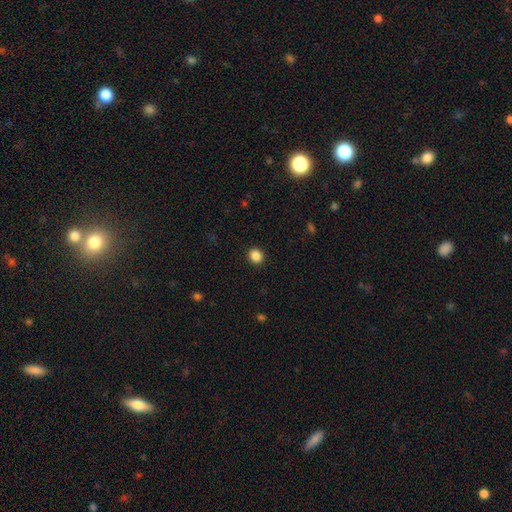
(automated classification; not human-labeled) A smooth galaxy with no disk features (87%) that is round (77%). Merging: none (92%).